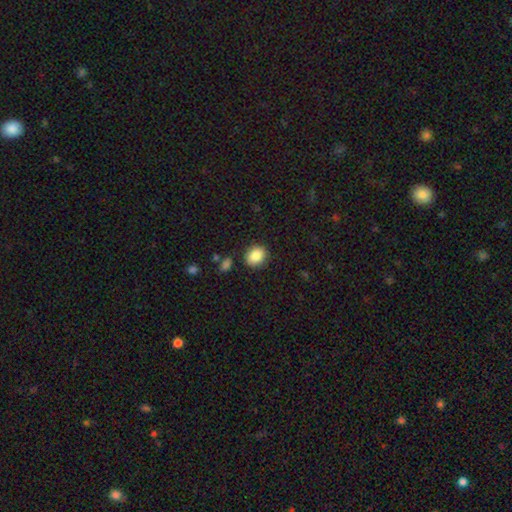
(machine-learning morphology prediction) Smooth or featured? Predicted: smooth (p=0.87). How rounded? Predicted: round (p=0.53). Merging? Predicted: none (p=0.84).